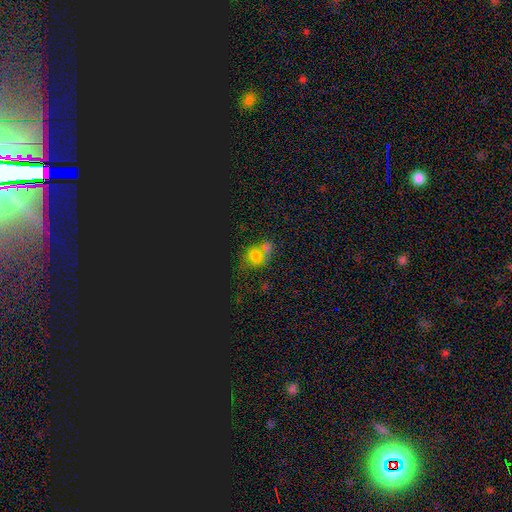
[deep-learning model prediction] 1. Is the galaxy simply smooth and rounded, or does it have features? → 58% smooth, 29% star or artifact, 13% featured or disk.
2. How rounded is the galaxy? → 62% round, 36% in between, 2% cigar-shaped.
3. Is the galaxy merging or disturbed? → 45% merger, 35% none, 12% minor disturbance, 8% major disturbance.